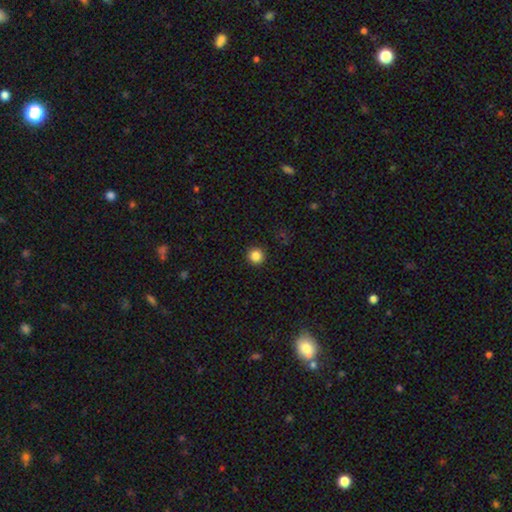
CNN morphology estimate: Smooth or featured: smooth — 85% (star or artifact — 11%)
How rounded: round — 95% (in between — 4%)
Merging: none — 93% (minor disturbance — 4%)